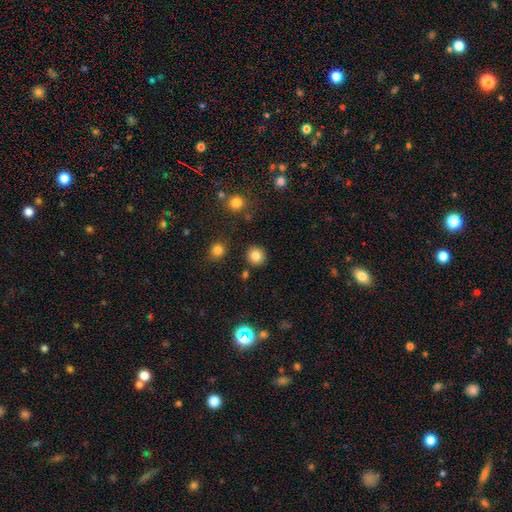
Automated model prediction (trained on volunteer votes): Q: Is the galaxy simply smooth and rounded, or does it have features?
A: smooth — 83%.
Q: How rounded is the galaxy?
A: round — 90%.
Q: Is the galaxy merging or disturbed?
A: none — 89%.